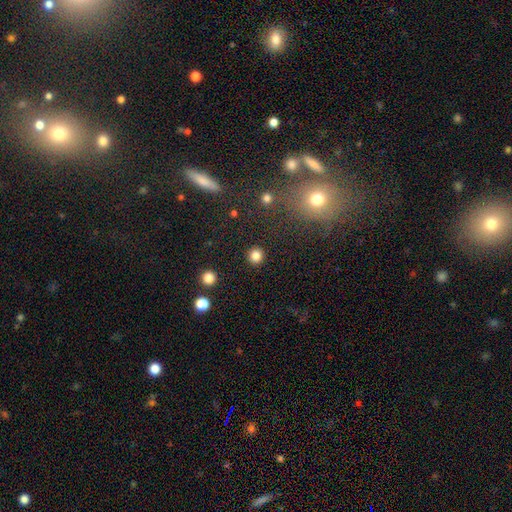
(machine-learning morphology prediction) Smooth or featured? Predicted: smooth (p=0.84). How rounded? Predicted: round (p=0.94). Merging? Predicted: none (p=0.92).